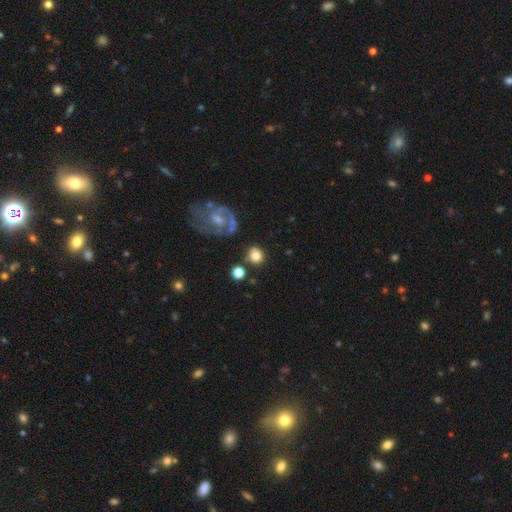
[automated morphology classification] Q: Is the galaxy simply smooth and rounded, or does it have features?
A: smooth — 75%.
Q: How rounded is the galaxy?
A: round — 83%.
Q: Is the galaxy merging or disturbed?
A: none — 71%.